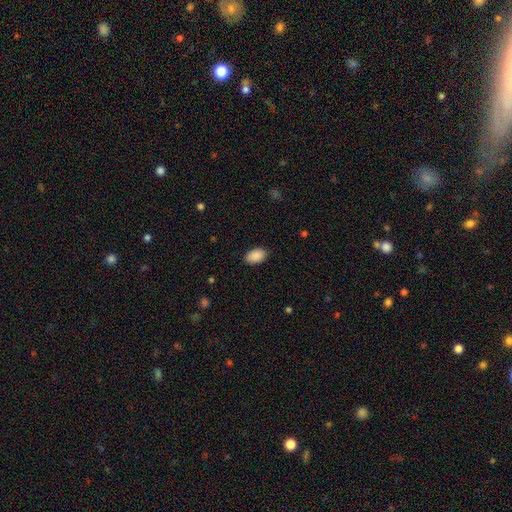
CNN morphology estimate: Smooth or featured? Predicted: smooth (p=0.90). How rounded? Predicted: in between (p=0.91). Merging? Predicted: none (p=0.87).